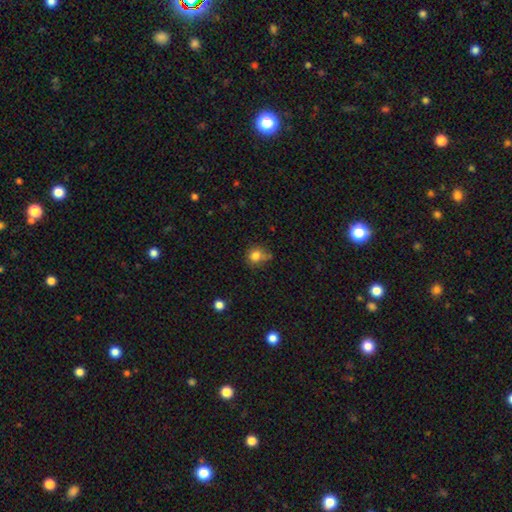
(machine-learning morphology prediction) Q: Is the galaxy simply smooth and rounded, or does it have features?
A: smooth — 80%.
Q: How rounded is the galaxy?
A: round — 80%.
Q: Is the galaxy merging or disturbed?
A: none — 59%.